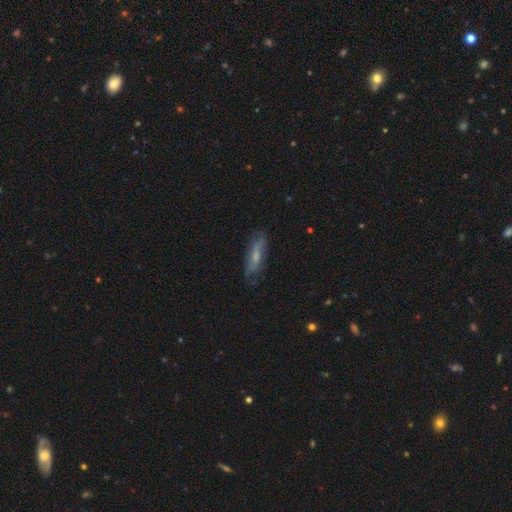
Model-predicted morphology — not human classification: Smooth or featured? featured or disk (48%)
Merging? none (72%)